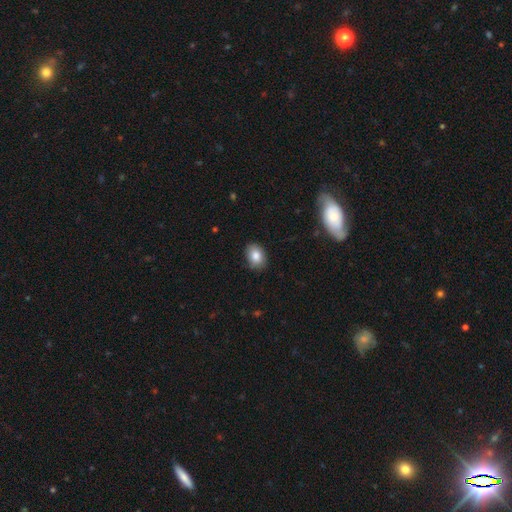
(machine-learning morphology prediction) Smooth or featured: smooth — 84% (featured or disk — 8%)
How rounded: in between — 75% (round — 24%)
Merging: none — 84% (minor disturbance — 13%)